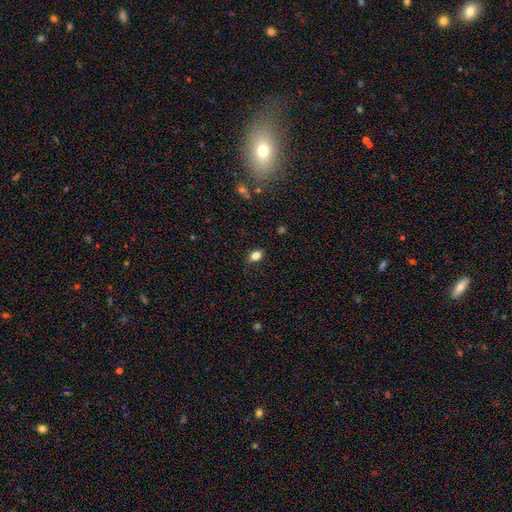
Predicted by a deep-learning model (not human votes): Smooth or featured?
  - smooth: 83% *
  - star or artifact: 11%
  - featured or disk: 7%
How rounded?
  - in between: 72% *
  - round: 26%
  - cigar-shaped: 2%
Merging?
  - none: 77% *
  - minor disturbance: 17%
  - major disturbance: 4%
  - merger: 1%